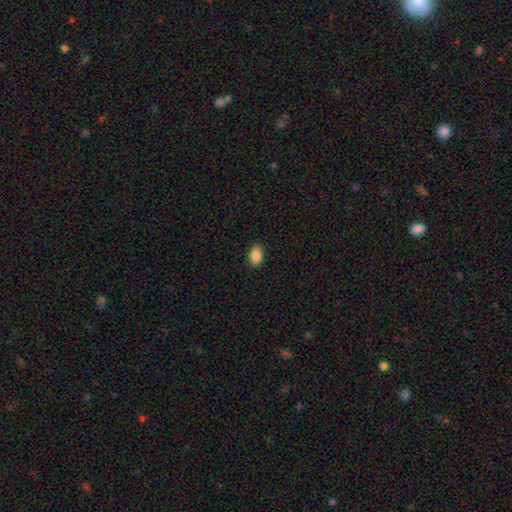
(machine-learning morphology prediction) A smooth galaxy with no disk features (88%) that is in between round and cigar-shaped (88%). Merging: none (89%).